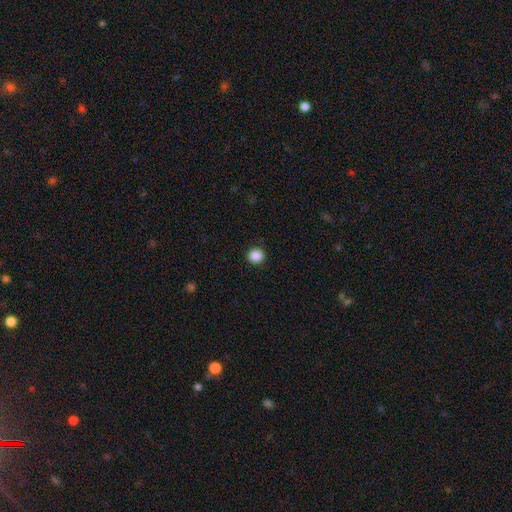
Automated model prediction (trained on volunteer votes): Overall: smooth (88%). How rounded: round (89%). Merging: none (92%).